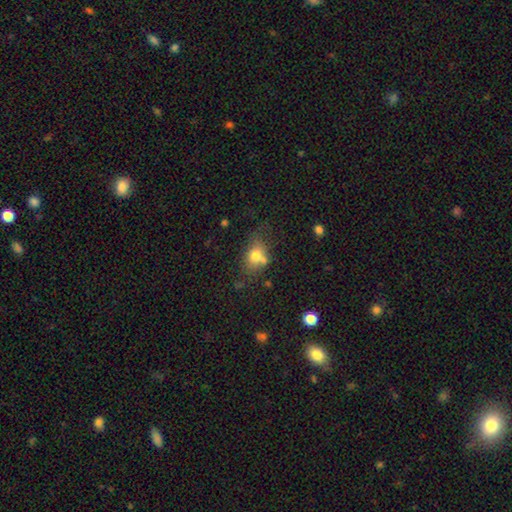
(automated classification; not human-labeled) Morphology: type=smooth (72%); roundness=in between (61%); merging=none (47%).